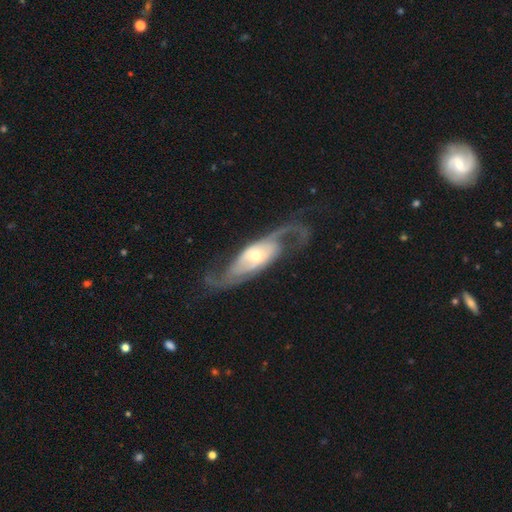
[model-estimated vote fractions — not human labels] This appears to be a featured or disk galaxy (86%) with no bar (59%), 2 (89%) loose (52%) spiral arms (94%) and a moderate central bulge (48%). Merging: none (69%).